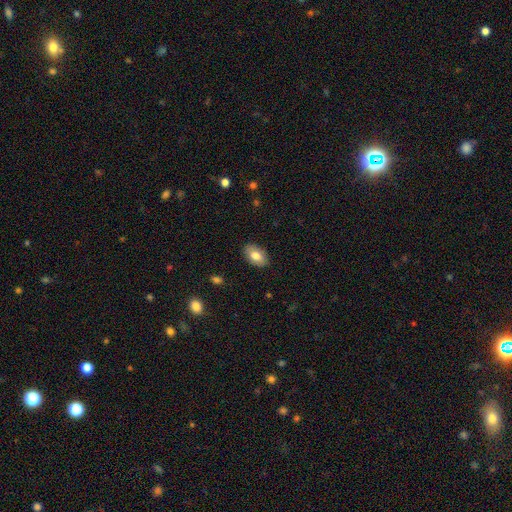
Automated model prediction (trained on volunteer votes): Q: Smooth or featured?
A: smooth (79%); runner-up: featured or disk (14%)
Q: How rounded?
A: in between (90%); runner-up: round (8%)
Q: Merging?
A: none (87%); runner-up: minor disturbance (10%)